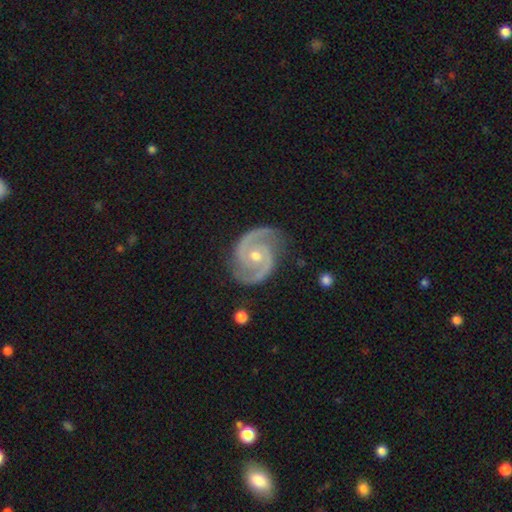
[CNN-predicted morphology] The model was most divided on "spiral winding": medium: 51%, tight: 41%, loose: 8%. More confident: spiral arms — yes (98%); edge-on disk — no (98%); smooth or featured — featured or disk (93%); spiral arm count — 2 (93%); merging — none (82%); bar — no (66%); bulge size — moderate (61%).